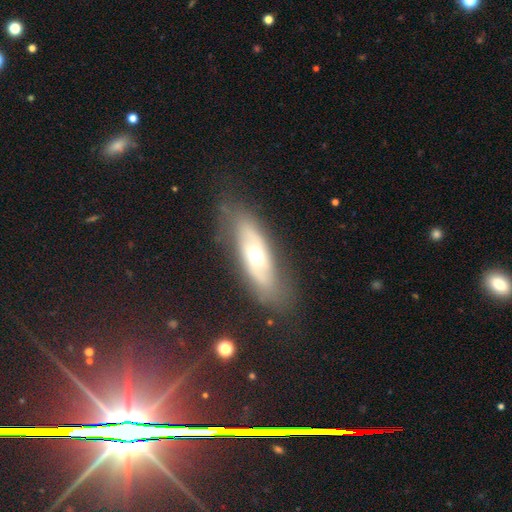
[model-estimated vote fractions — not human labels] featured or disk 59%, smooth 34%, star or artifact 7%. Down the decision tree: edge-on disk — no (73%); merging — none (75%).